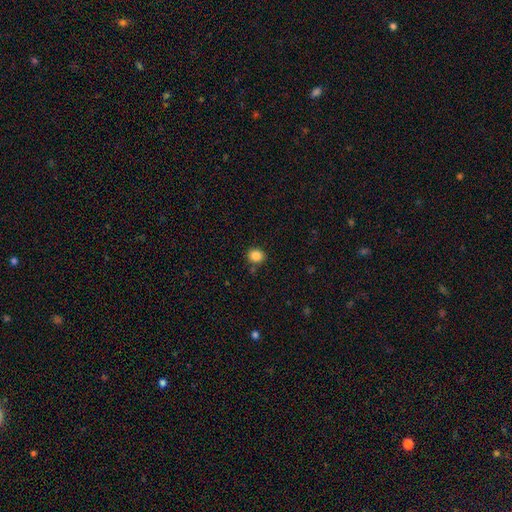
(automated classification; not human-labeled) A smooth galaxy with no disk features (85%) that is round (77%). Merging: none (84%).